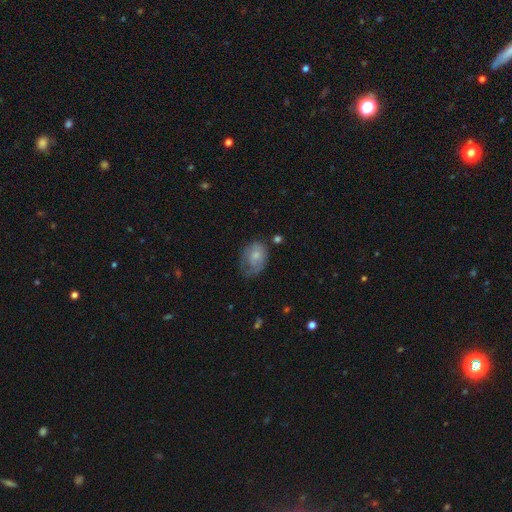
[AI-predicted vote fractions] Smooth or featured? smooth (67%)
How rounded? in between (68%)
Merging? none (36%, tied with minor disturbance)